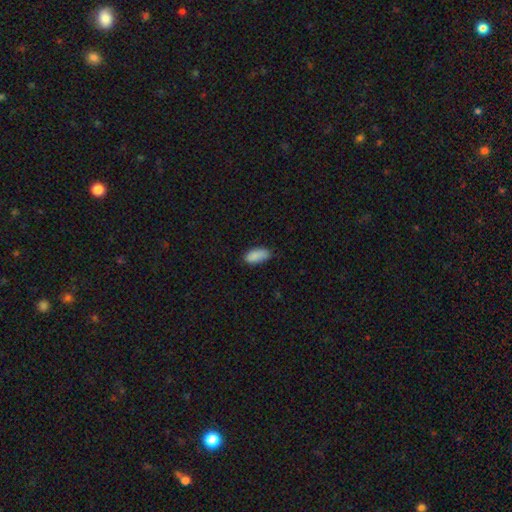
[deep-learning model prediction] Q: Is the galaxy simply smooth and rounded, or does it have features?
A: smooth — 89%.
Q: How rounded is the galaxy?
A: in between — 92%.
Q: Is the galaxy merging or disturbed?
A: none — 74%.